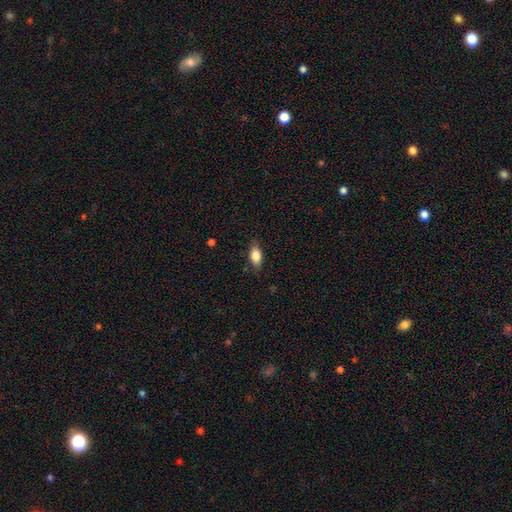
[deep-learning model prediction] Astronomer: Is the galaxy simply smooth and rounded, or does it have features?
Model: smooth — 82%.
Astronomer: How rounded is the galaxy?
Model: in between — 86%.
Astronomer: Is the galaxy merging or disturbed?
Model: none — 82%.